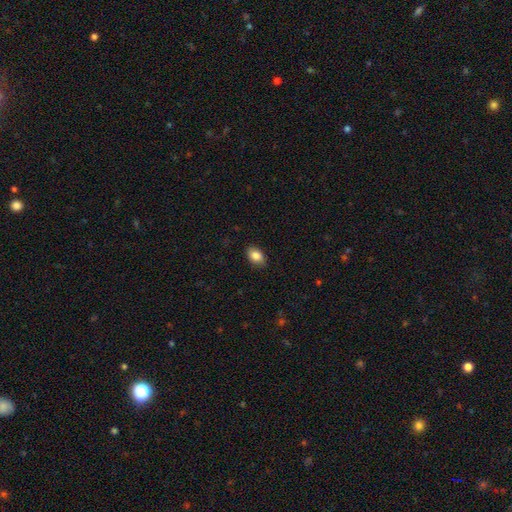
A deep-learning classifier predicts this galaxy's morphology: type=smooth (86%); roundness=in between (84%); merging=none (87%).